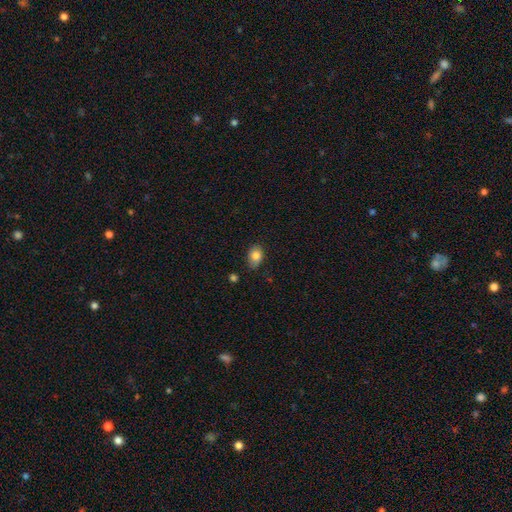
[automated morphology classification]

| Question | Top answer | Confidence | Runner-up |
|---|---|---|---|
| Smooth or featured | smooth | 82% | featured or disk (9%) |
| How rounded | in between | 74% | round (24%) |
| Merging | none | 73% | minor disturbance (22%) |